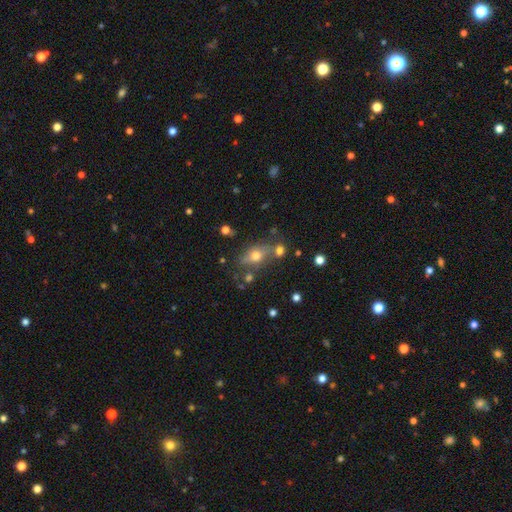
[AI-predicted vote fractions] The model was most divided on "smooth or featured": smooth: 59%, featured or disk: 26%, star or artifact: 15%. More confident: how rounded — in between (64%); merging — none (62%).